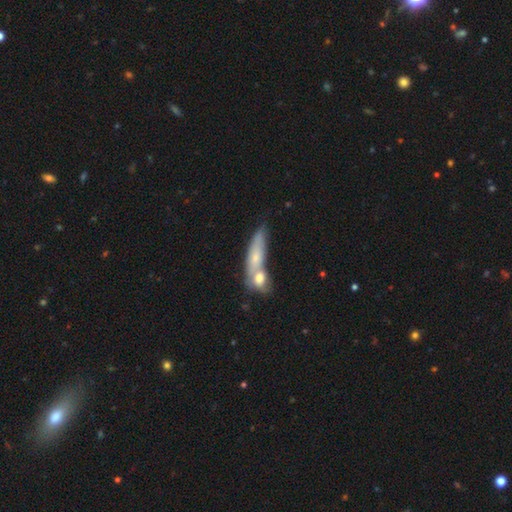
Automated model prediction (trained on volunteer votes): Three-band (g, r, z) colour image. It shows a smooth galaxy with no disk features (63%) that is cigar-shaped (56%). Merging: merger (55%).